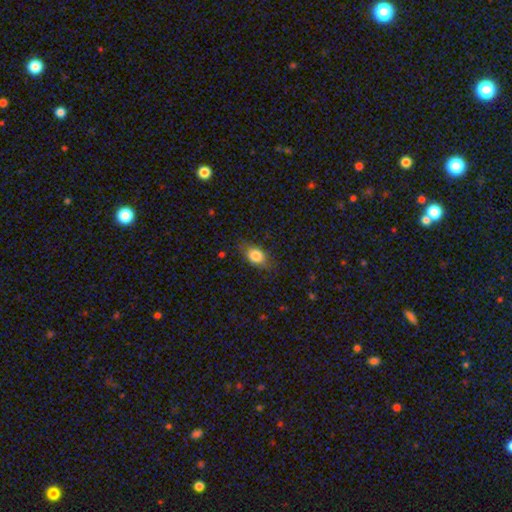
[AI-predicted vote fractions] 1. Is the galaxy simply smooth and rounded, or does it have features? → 80% smooth, 11% featured or disk, 9% star or artifact.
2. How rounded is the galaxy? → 68% in between, 28% round, 4% cigar-shaped.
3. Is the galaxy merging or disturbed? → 73% none, 21% minor disturbance, 6% major disturbance, 1% merger.